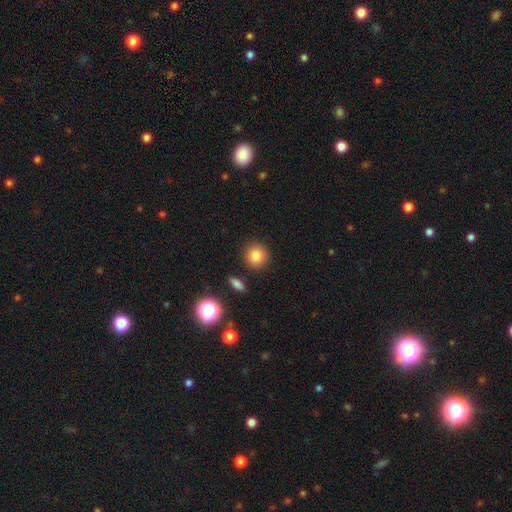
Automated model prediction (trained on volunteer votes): Overall: smooth (84%). How rounded: round (91%). Merging: none (89%).